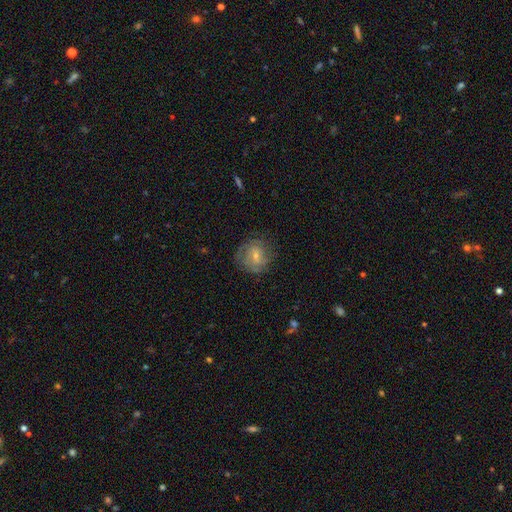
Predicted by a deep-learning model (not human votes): smooth_or_featured: featured or disk (p=0.58) [alt: smooth p=0.30]
disk_edge_on: no (p=0.97) [alt: yes p=0.03]
bar: no (p=0.46) [alt: weak p=0.43]
has_spiral_arms: yes (p=0.80) [alt: no p=0.20]
bulge_size: small (p=0.58) [alt: moderate p=0.34]
merging: none (p=0.75) [alt: minor disturbance p=0.17]